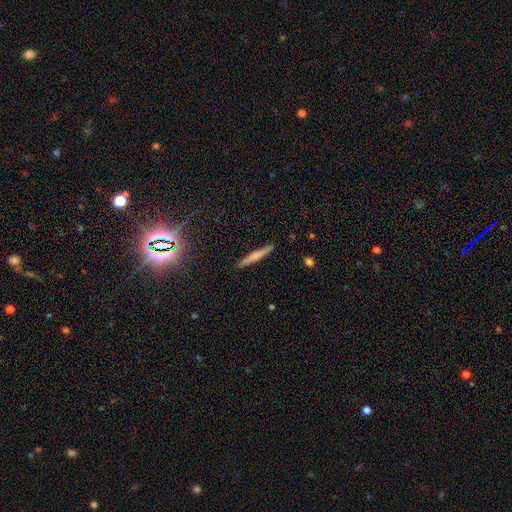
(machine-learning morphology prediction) Smooth or featured: smooth — 57% (featured or disk — 34%)
How rounded: cigar-shaped — 95% (in between — 4%)
Merging: none — 91% (minor disturbance — 7%)